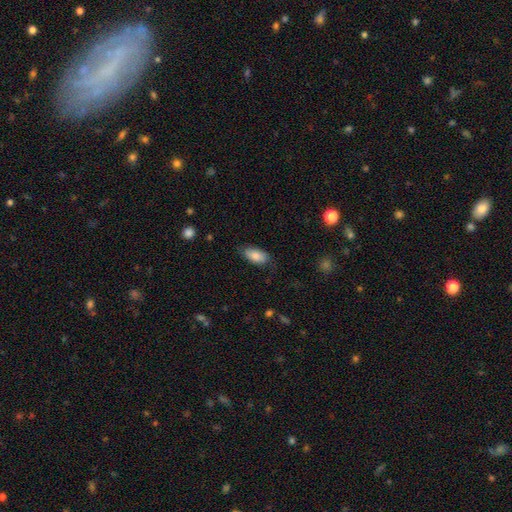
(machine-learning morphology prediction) smooth-or-featured: smooth: 85% | featured or disk: 9% | star or artifact: 7%
  how-rounded: in between: 90% | cigar-shaped: 7% | round: 3%
  merging: none: 78% | minor disturbance: 17% | major disturbance: 4% | merger: 1%